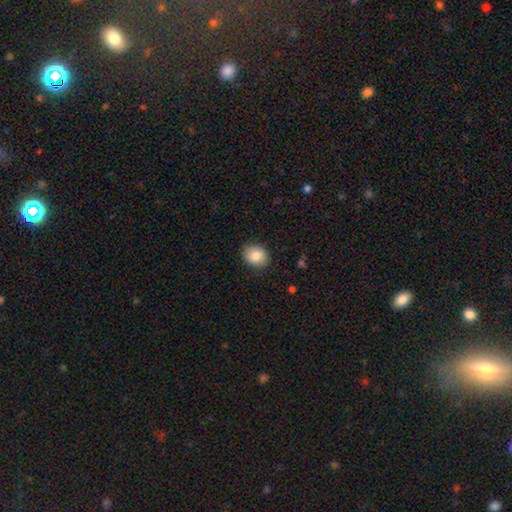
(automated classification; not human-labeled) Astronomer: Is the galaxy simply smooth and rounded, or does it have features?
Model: smooth — 86%.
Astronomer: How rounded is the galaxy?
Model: in between — 54% (runner-up: round, 45%).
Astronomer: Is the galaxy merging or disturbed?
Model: none — 87%.